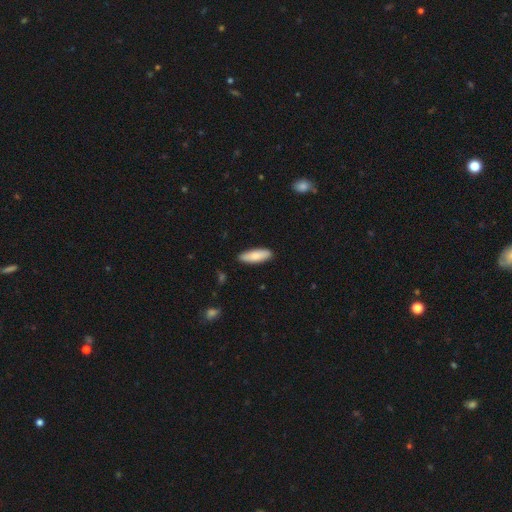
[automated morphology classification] The model was most divided on "how rounded": in between: 52%, cigar-shaped: 47%, round: 2%. More confident: merging — none (88%); smooth or featured — smooth (81%).